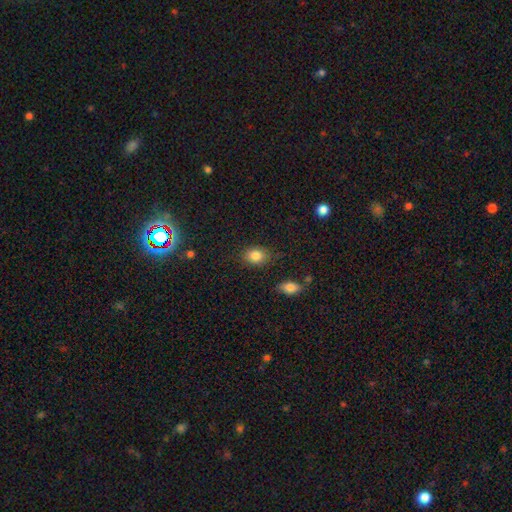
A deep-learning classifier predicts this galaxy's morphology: This is clearly a smooth galaxy (84%). How rounded: likely in between (61%). Merging: likely none (79%).